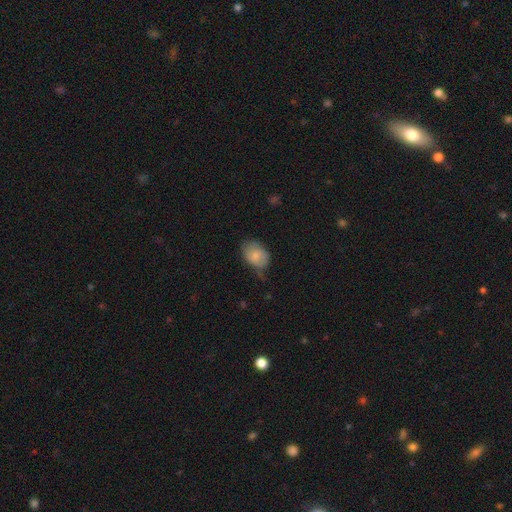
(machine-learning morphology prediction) Smooth or featured?
  - smooth: 79% *
  - featured or disk: 15%
  - star or artifact: 7%
How rounded?
  - in between: 76% *
  - round: 23%
  - cigar-shaped: 1%
Merging?
  - none: 52% *
  - minor disturbance: 35%
  - major disturbance: 10%
  - merger: 2%